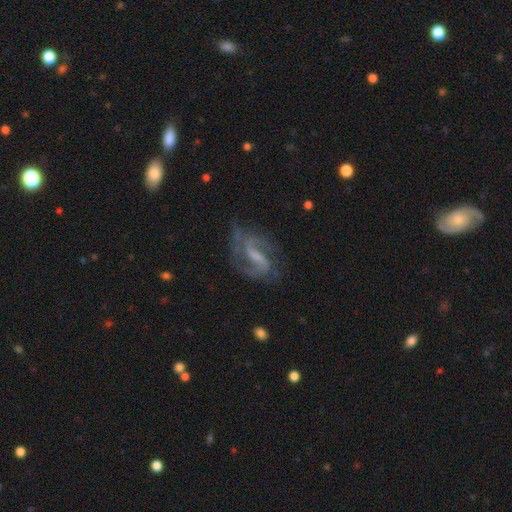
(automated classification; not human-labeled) Smooth or featured? featured or disk (81%)
Edge-on disk? no (95%)
Bar? weak (47%)
Spiral arms? yes (92%)
Spiral winding? medium (49%)
Spiral arm count? 2 (72%)
Bulge size? none (36%)
Merging? none (62%)